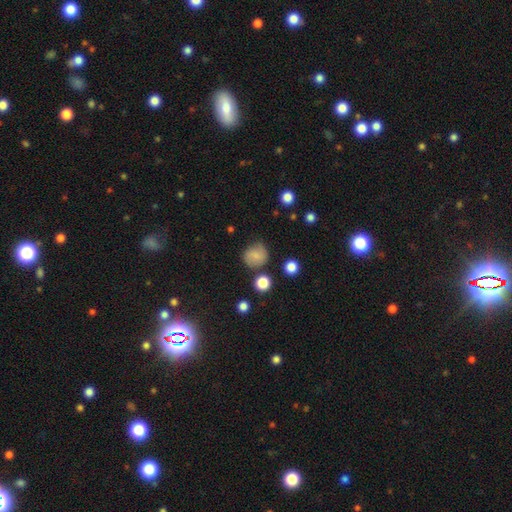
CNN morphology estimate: smooth-or-featured: smooth: 75% | featured or disk: 15% | star or artifact: 11%
  how-rounded: round: 82% | in between: 17% | cigar-shaped: 1%
  merging: none: 73% | minor disturbance: 18% | major disturbance: 5% | merger: 4%